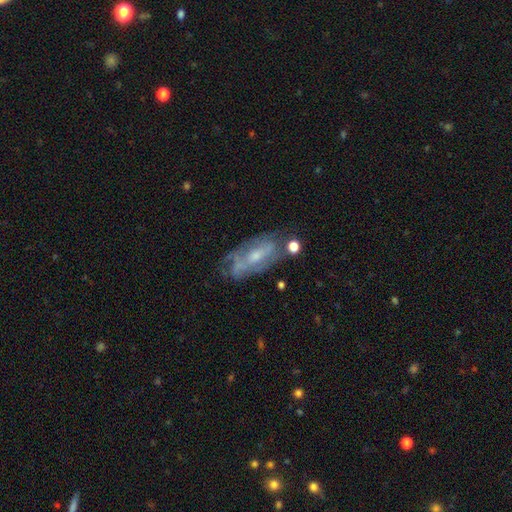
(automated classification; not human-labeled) Smooth or featured? featured or disk (68%)
Edge-on disk? no (85%)
Bar? no (52%)
Spiral arms? yes (63%)
Bulge size? small (48%)
Merging? none (56%)